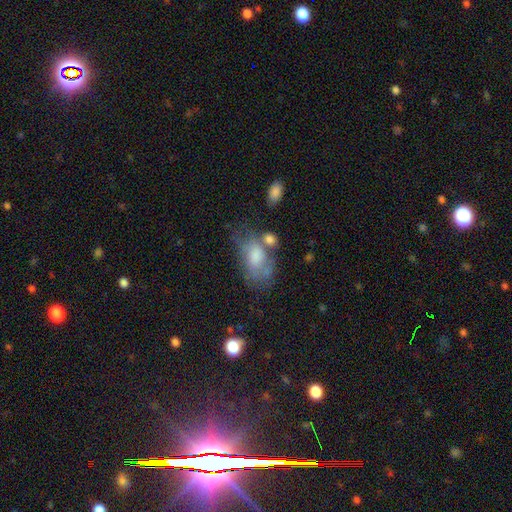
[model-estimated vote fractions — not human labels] Smooth or featured? Predicted: smooth (p=0.51). How rounded? Predicted: in between (p=0.88). Merging? Predicted: none (p=0.37).